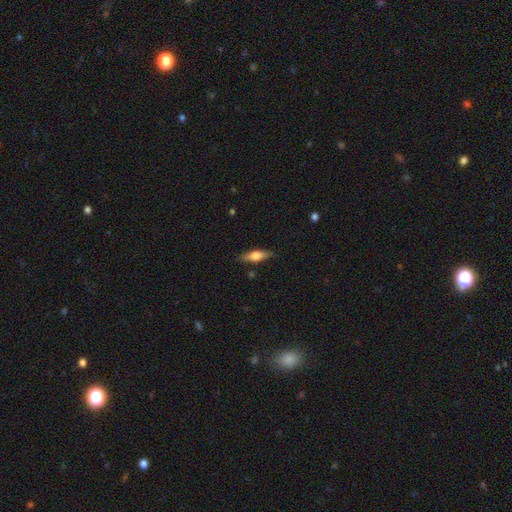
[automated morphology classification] smooth-or-featured: featured or disk: 50% | smooth: 44% | star or artifact: 6%
  merging: none: 86% | minor disturbance: 11% | major disturbance: 2% | merger: 1%